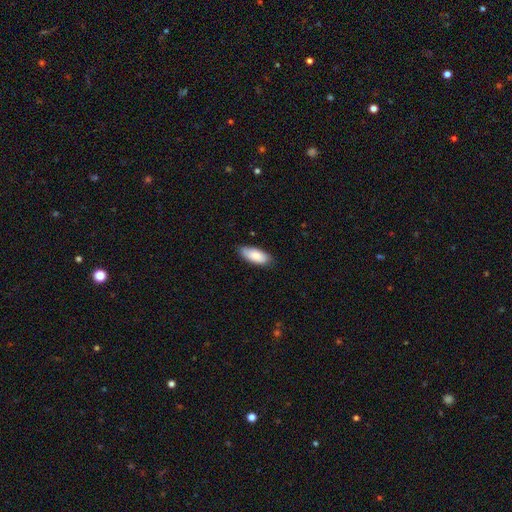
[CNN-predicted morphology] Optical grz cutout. It shows a smooth galaxy with no disk features (83%) that is in between round and cigar-shaped (83%). Merging: none (80%).